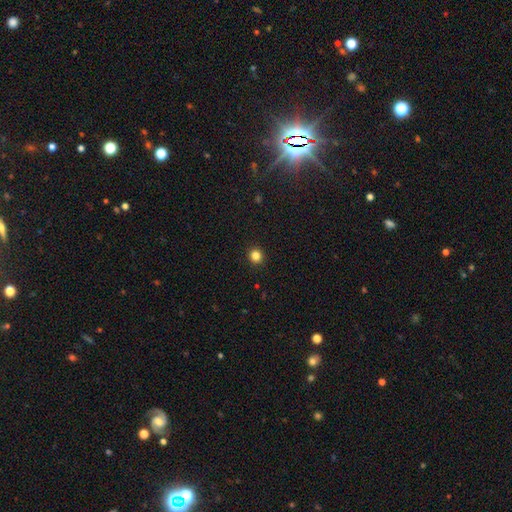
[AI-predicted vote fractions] A smooth galaxy with no disk features (83%) that is round (91%). Merging: none (93%).